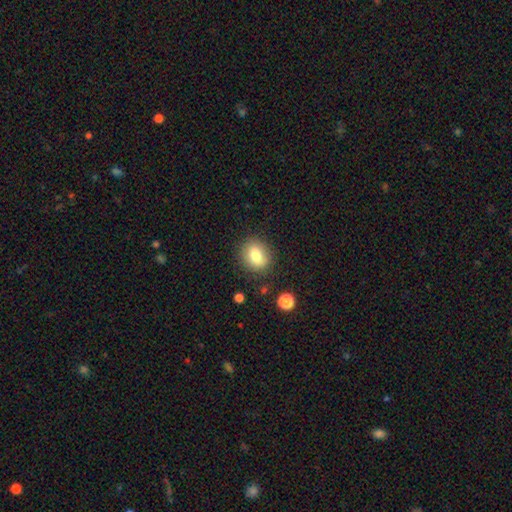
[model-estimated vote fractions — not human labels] smooth-or-featured: smooth: 79% | featured or disk: 12% | star or artifact: 10%
  how-rounded: round: 64% | in between: 35% | cigar-shaped: 1%
  merging: none: 84% | minor disturbance: 11% | major disturbance: 3% | merger: 2%